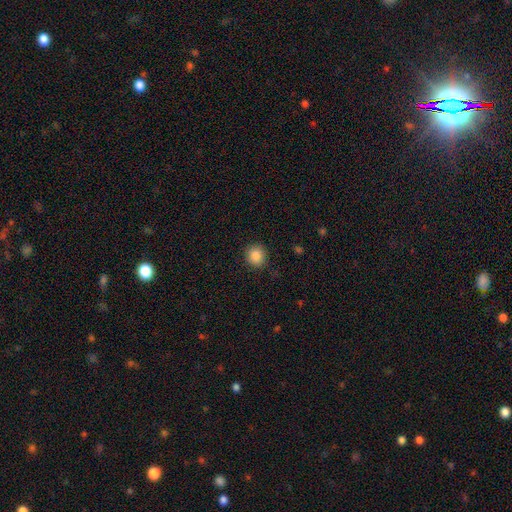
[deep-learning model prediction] This appears to be a smooth galaxy with no disk features (86%) that is round (85%). Merging: none (88%).